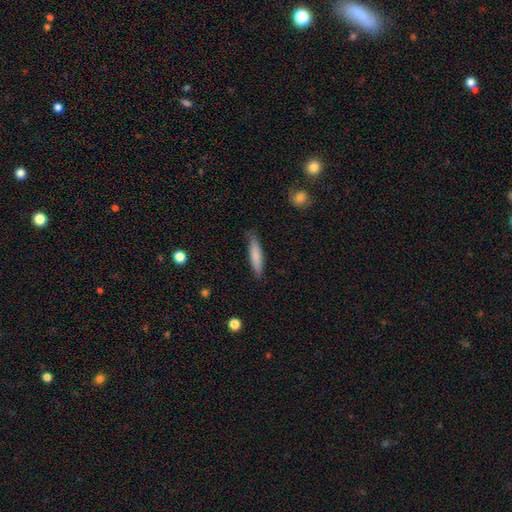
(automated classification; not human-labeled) smooth-or-featured: smooth: 82% | featured or disk: 12% | star or artifact: 6%
  how-rounded: cigar-shaped: 82% | in between: 17% | round: 1%
  merging: none: 83% | minor disturbance: 14% | major disturbance: 2% | merger: 1%